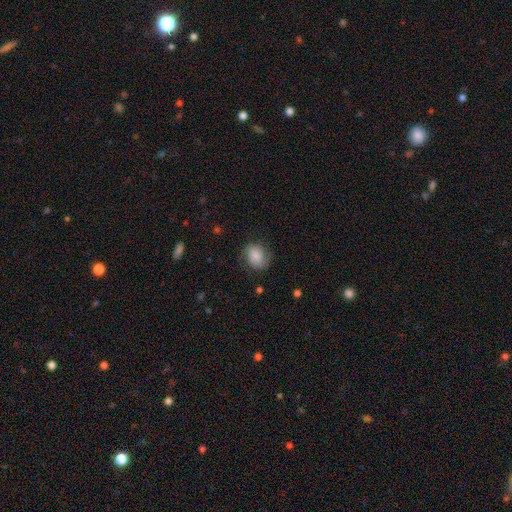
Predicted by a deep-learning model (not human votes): The model was most divided on "how rounded": round: 59%, in between: 40%, cigar-shaped: 1%. More confident: merging — none (70%); smooth or featured — smooth (68%).